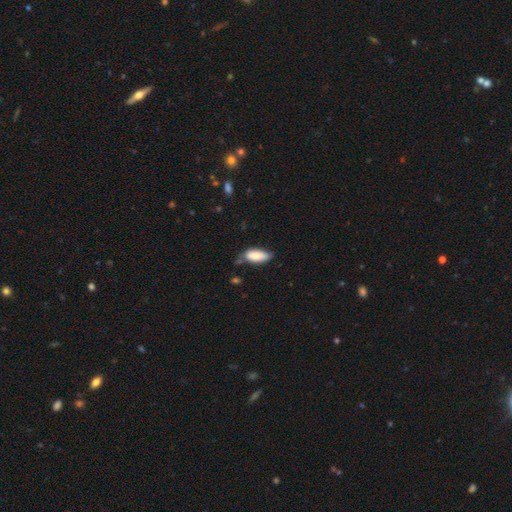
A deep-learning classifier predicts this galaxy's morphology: smooth 83%, featured or disk 11%, star or artifact 7%. Down the decision tree: how rounded — in between (84%); merging — none (54%).